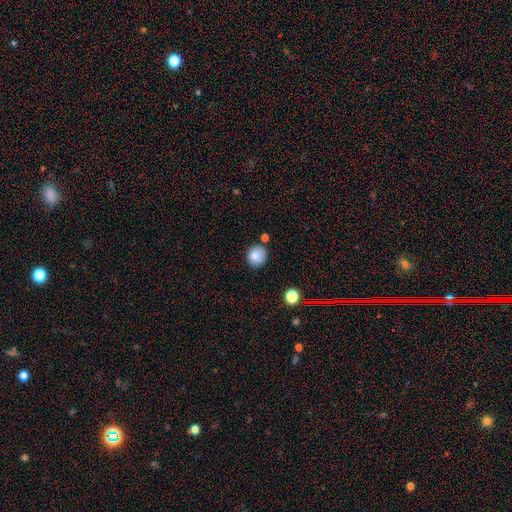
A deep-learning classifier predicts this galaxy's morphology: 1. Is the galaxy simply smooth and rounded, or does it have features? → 83% smooth, 10% star or artifact, 7% featured or disk.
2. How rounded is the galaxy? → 90% round, 10% in between, 1% cigar-shaped.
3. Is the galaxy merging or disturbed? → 79% none, 12% minor disturbance, 6% merger, 3% major disturbance.